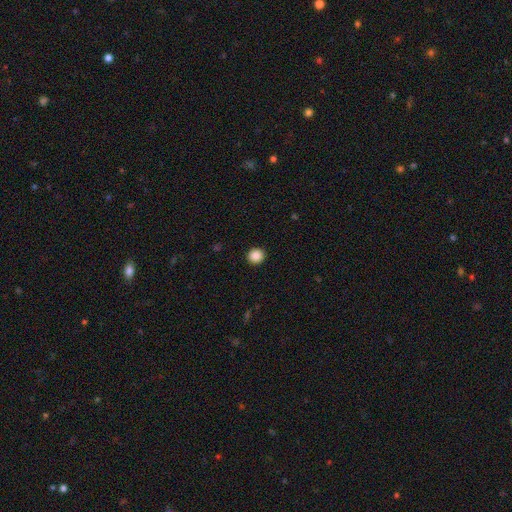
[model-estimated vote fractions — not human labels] Smooth or featured? smooth (88%)
How rounded? round (89%)
Merging? none (92%)